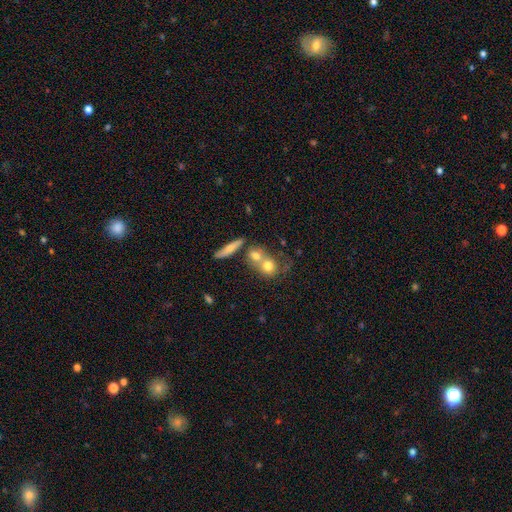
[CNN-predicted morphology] A smooth galaxy with no disk features (69%) that is round (60%).

Vote fractions:
- Smooth or featured? smooth: 69% / featured or disk: 21% / star or artifact: 11%
- How rounded? round: 60% / in between: 31% / cigar-shaped: 9%
- Merging? merger: 51% / none: 35% / minor disturbance: 9% / major disturbance: 5%